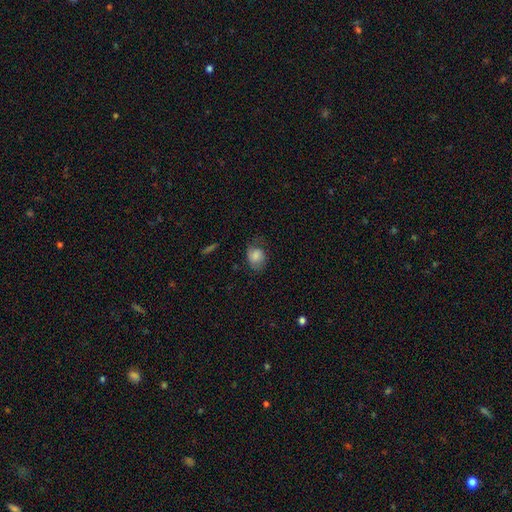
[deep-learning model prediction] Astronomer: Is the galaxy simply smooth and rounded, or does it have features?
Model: smooth — 72%.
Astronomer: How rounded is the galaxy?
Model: in between — 58% (runner-up: round, 40%).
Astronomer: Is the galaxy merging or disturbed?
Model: none — 54%.